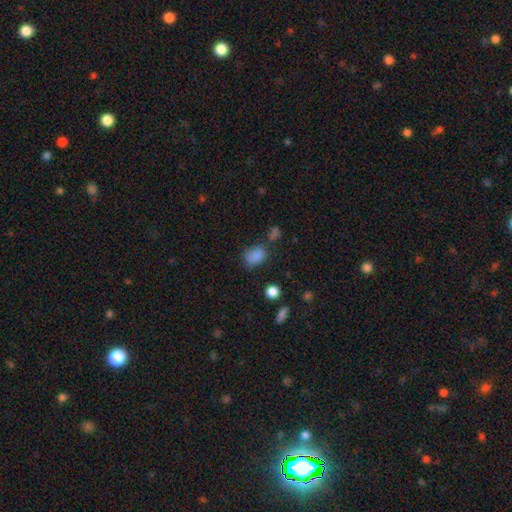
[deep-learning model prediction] This appears to be a smooth galaxy with no disk features (83%) that is in between round and cigar-shaped (73%). Merging: none (62%).